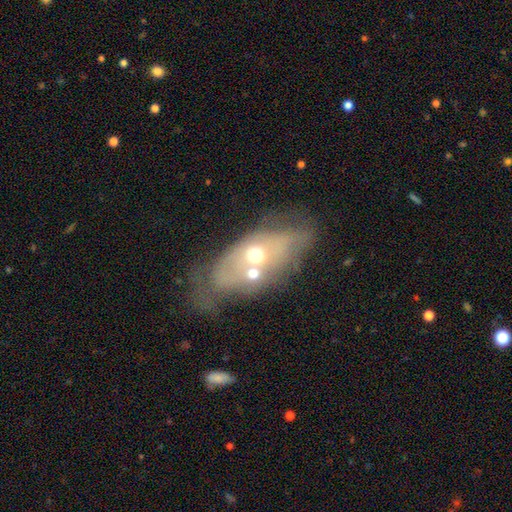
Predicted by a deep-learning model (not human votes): Smooth or featured? featured or disk (52%)
Edge-on disk? no (85%)
Merging? merger (32%)